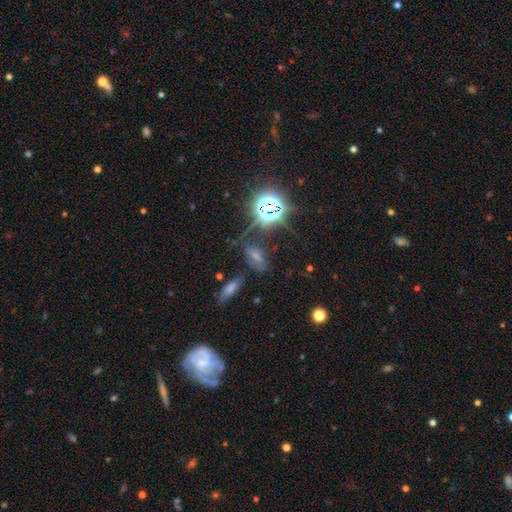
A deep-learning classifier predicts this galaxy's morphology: A smooth galaxy with no disk features (45%). Merging: none (57%).